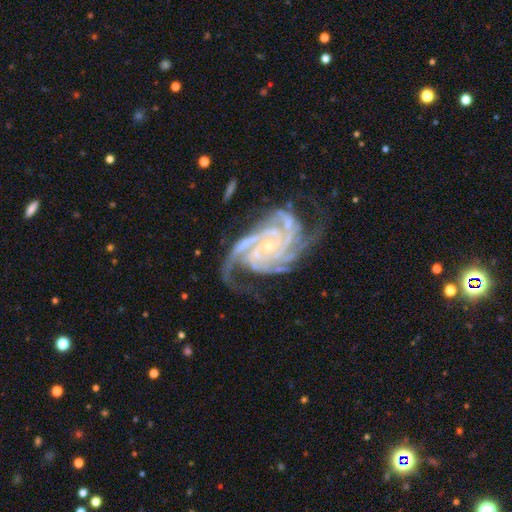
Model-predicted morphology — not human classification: smooth-or-featured: featured or disk: 92% | star or artifact: 5% | smooth: 3%
  disk-edge-on: no: 98% | yes: 2%
    bar: no: 71% | weak: 20% | strong: 9%
    has-spiral-arms: yes: 98% | no: 2%
      spiral-winding: tight: 65% | medium: 29% | loose: 6%
      spiral-arm-count: 3: 27% | 2: 24% | 4: 19% | can't tell: 13% | more than 4: 9% | 1: 8%
    bulge-size: small: 77% | moderate: 17% | none: 3% | large: 1% | dominant: 1%
  merging: none: 48% | major disturbance: 21% | minor disturbance: 21% | merger: 10%